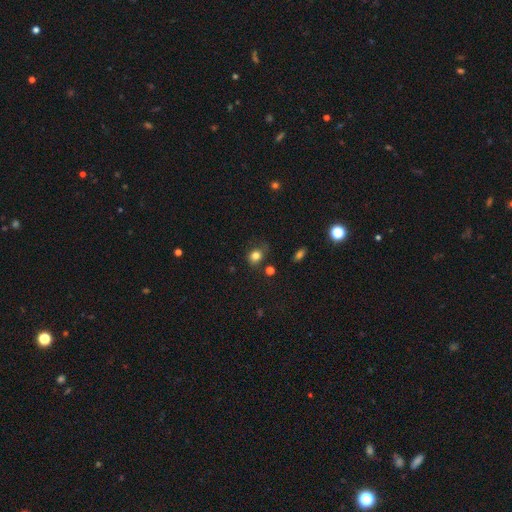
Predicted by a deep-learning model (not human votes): smooth 81%, star or artifact 12%, featured or disk 7%. Down the decision tree: how rounded — round (63%); merging — none (62%).